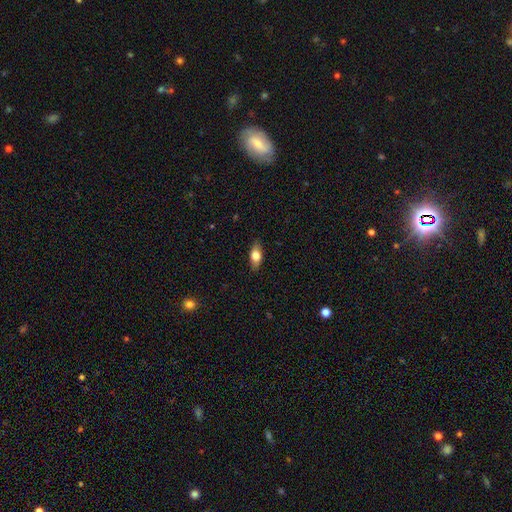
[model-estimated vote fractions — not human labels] Morphology: type=smooth (73%); roundness=in between (81%); merging=none (85%).